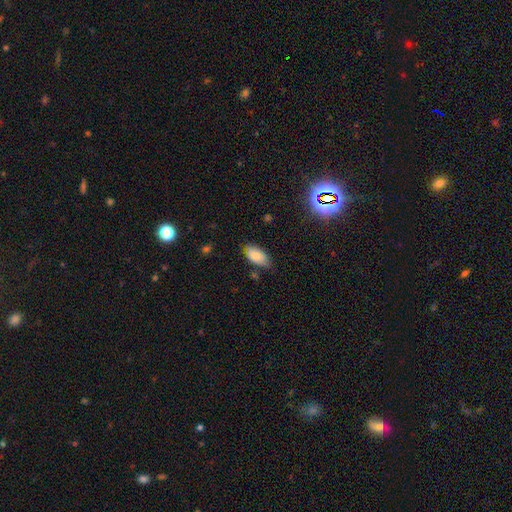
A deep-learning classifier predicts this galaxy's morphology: type=smooth (84%); roundness=in between (93%); merging=none (70%).